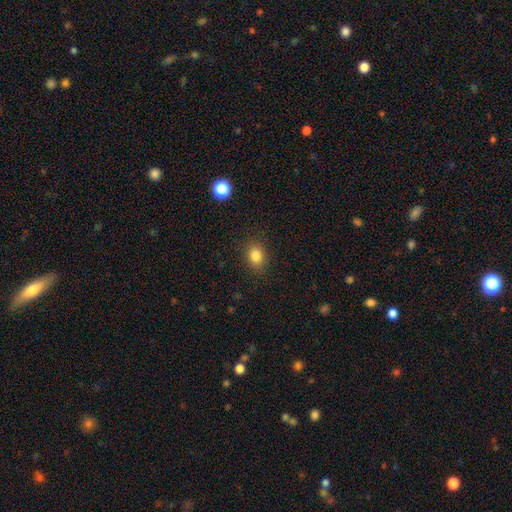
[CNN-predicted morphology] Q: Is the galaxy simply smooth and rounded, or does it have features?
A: smooth — 84%.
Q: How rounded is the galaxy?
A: in between — 55%.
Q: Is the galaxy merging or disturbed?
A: none — 87%.